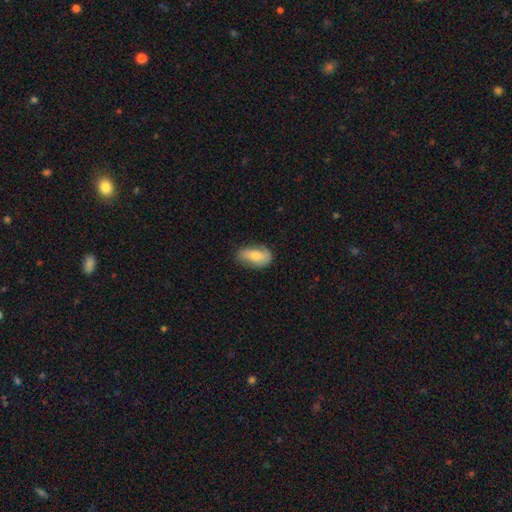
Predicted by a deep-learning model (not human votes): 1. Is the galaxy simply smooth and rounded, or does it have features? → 69% smooth, 24% featured or disk, 7% star or artifact.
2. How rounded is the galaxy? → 89% in between, 6% round, 5% cigar-shaped.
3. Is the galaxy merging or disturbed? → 69% none, 25% minor disturbance, 5% major disturbance, 1% merger.